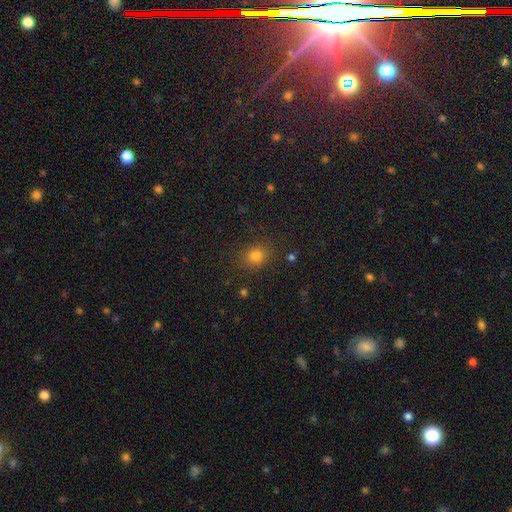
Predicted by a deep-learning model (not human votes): The model was most divided on "how rounded": round: 69%, in between: 30%, cigar-shaped: 1%. More confident: merging — none (83%); smooth or featured — smooth (77%).